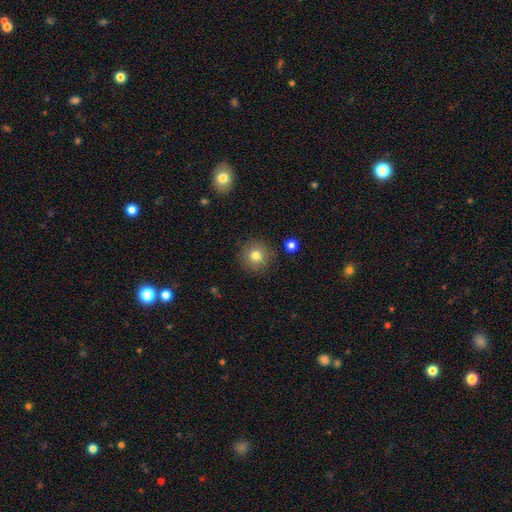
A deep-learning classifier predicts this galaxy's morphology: Smooth or featured? Predicted: smooth (p=0.80). How rounded? Predicted: round (p=0.95). Merging? Predicted: none (p=0.89).